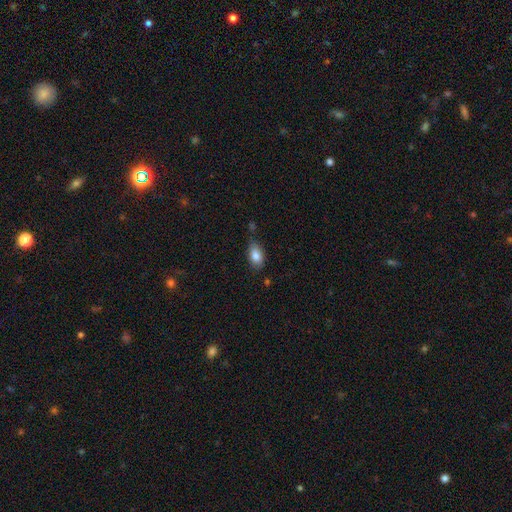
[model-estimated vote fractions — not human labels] Morphology: type=smooth (85%); roundness=in between (90%); merging=none (67%).